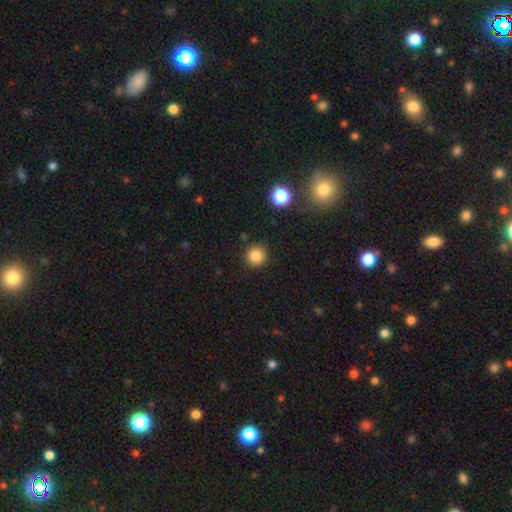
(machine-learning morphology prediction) smooth 84%, star or artifact 11%, featured or disk 5%. Down the decision tree: how rounded — round (93%); merging — none (90%).